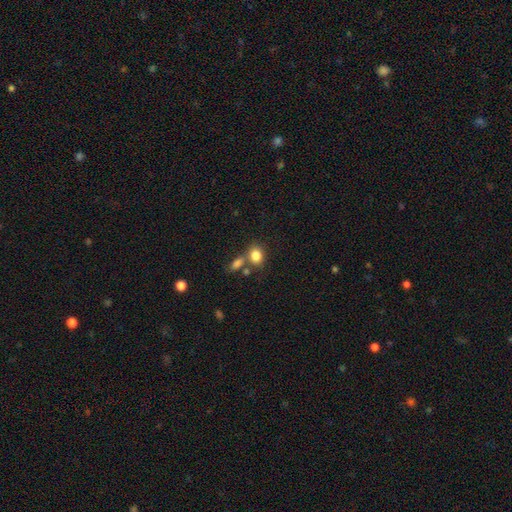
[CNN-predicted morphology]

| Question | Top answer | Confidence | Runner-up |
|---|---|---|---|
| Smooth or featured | smooth | 83% | star or artifact (10%) |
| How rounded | in between | 55% | round (44%) |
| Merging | none | 55% | merger (28%) |